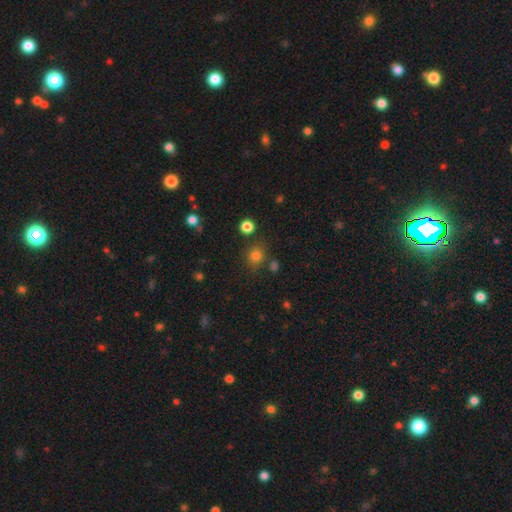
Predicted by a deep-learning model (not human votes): smooth-or-featured: smooth: 79% | star or artifact: 15% | featured or disk: 6%
  how-rounded: round: 81% | in between: 18% | cigar-shaped: 1%
  merging: none: 77% | minor disturbance: 12% | merger: 7% | major disturbance: 4%